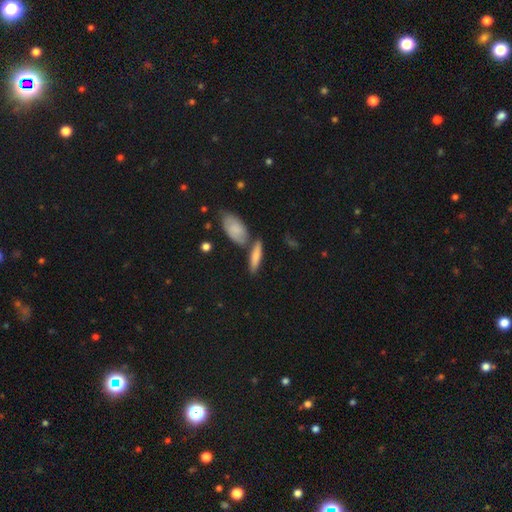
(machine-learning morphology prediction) This is likely a smooth galaxy (69%). How rounded: possibly cigar-shaped (59%). Merging: likely none (63%).